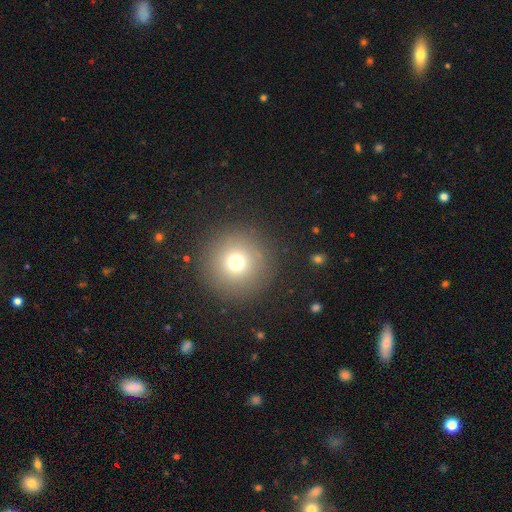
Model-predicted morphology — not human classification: Smooth or featured?
  - smooth: 66% *
  - star or artifact: 25%
  - featured or disk: 10%
How rounded?
  - round: 96% *
  - in between: 3%
  - cigar-shaped: 1%
Merging?
  - none: 92% *
  - minor disturbance: 5%
  - major disturbance: 2%
  - merger: 1%